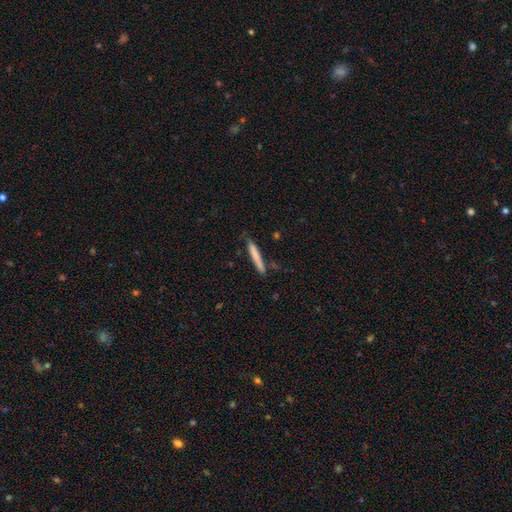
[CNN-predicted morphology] smooth_or_featured: smooth (p=0.73) [alt: featured or disk p=0.21]
how_rounded: cigar-shaped (p=0.95) [alt: in between p=0.03]
merging: none (p=0.78) [alt: minor disturbance p=0.17]